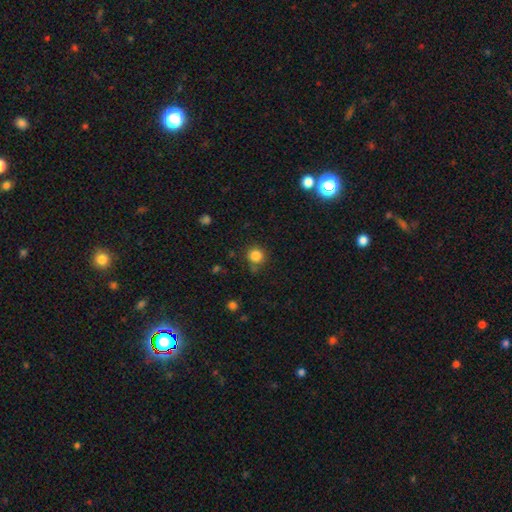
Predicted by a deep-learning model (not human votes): Smooth or featured: smooth — 84% (star or artifact — 11%)
How rounded: round — 92% (in between — 7%)
Merging: none — 79% (minor disturbance — 13%)